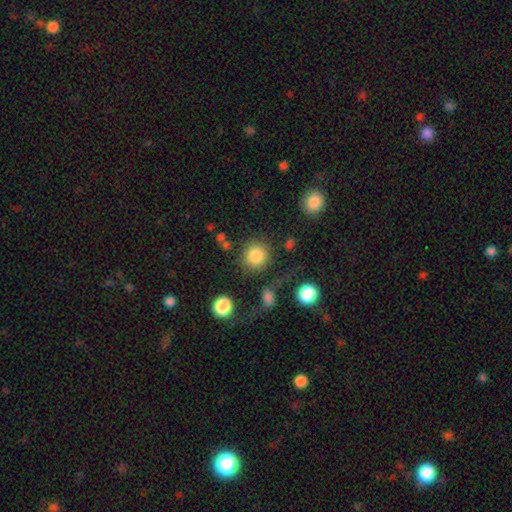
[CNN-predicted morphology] This is clearly a smooth galaxy (85%). How rounded: clearly round (90%). Merging: likely none (75%).